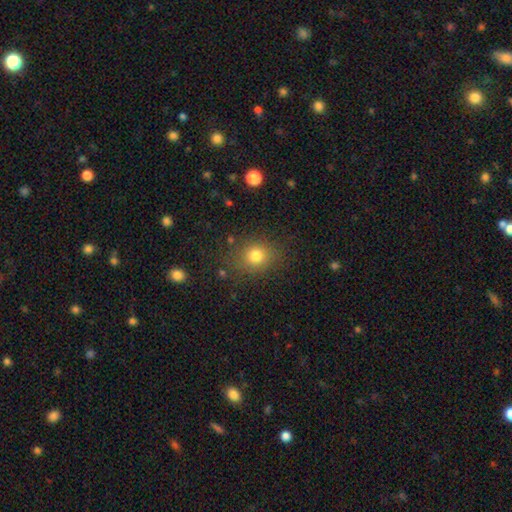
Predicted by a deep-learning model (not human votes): Smooth or featured? smooth (78%)
How rounded? round (73%)
Merging? none (82%)